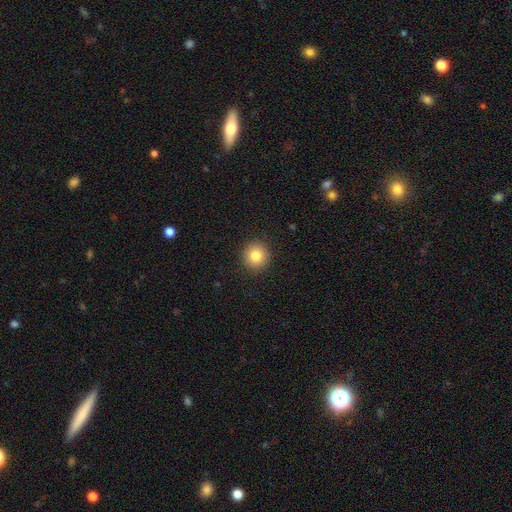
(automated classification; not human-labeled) Overall: smooth (82%). How rounded: round (93%). Merging: none (92%).